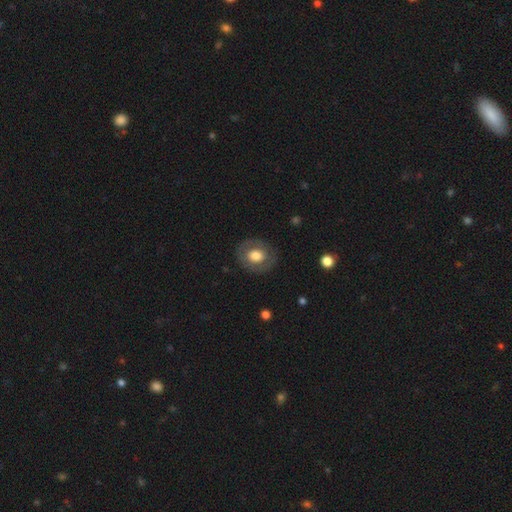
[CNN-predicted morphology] The model was most divided on "how rounded": round: 63%, in between: 36%, cigar-shaped: 1%. More confident: merging — none (83%); smooth or featured — smooth (62%).